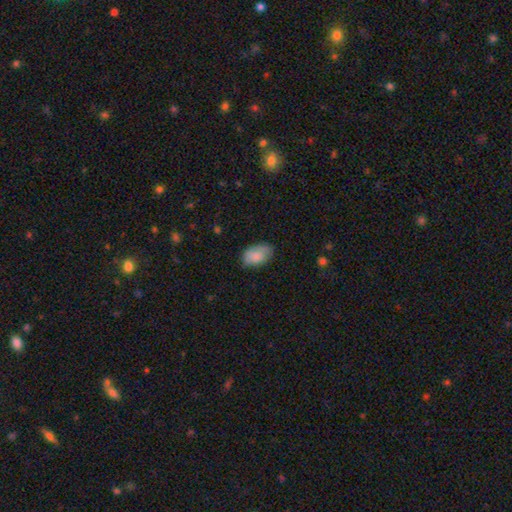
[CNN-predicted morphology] smooth 85%, featured or disk 9%, star or artifact 7%. Down the decision tree: how rounded — in between (92%); merging — none (74%).